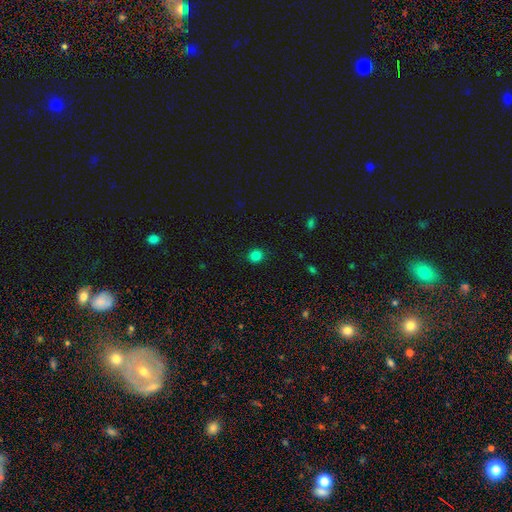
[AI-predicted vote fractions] Smooth or featured? smooth (83%)
How rounded? round (85%)
Merging? none (90%)